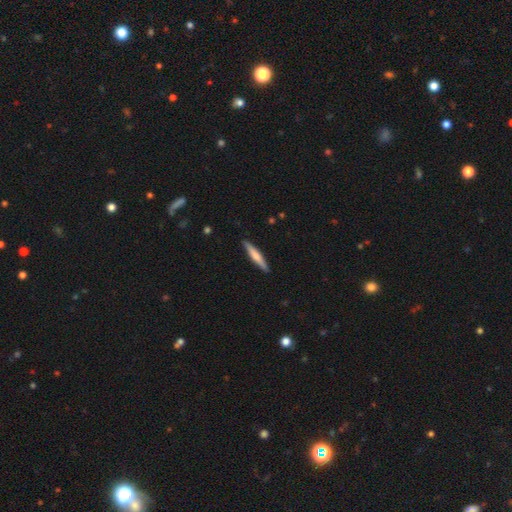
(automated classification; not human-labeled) smooth_or_featured: smooth (p=0.57) [alt: featured or disk p=0.38]
how_rounded: cigar-shaped (p=0.92) [alt: in between p=0.07]
merging: none (p=0.90) [alt: minor disturbance p=0.07]